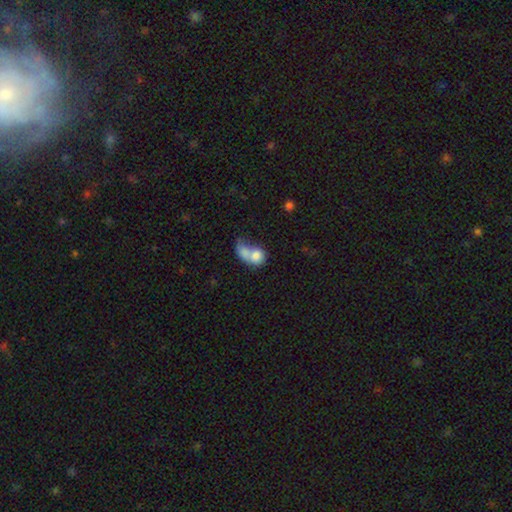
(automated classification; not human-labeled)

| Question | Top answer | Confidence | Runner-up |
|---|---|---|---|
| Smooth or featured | smooth | 73% | featured or disk (18%) |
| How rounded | in between | 51% | round (48%) |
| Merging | merger | 71% | none (14%) |